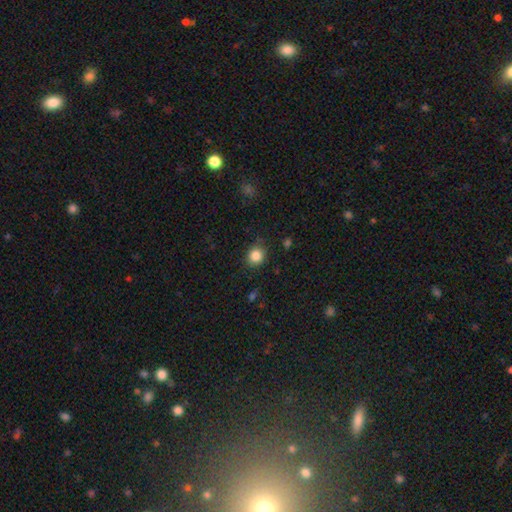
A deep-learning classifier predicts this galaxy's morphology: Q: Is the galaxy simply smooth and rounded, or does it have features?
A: smooth — 85%.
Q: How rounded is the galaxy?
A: round — 81%.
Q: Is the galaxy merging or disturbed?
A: none — 84%.